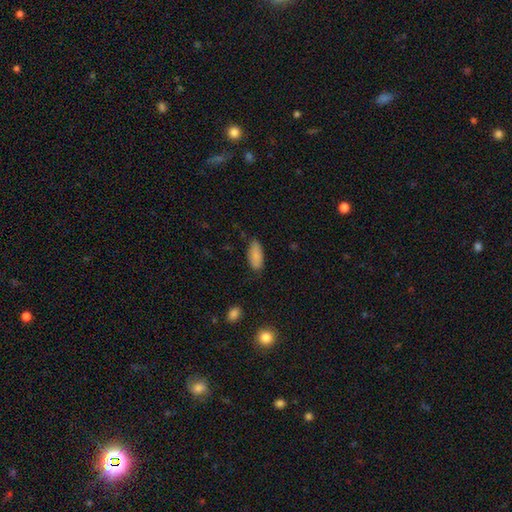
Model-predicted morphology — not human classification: Smooth or featured? smooth (85%)
How rounded? in between (86%)
Merging? none (77%)